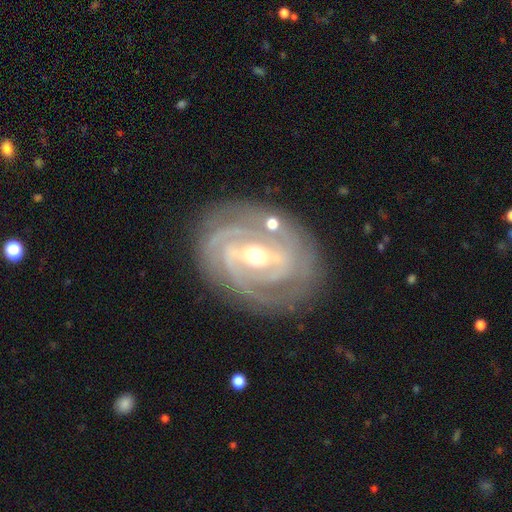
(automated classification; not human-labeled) Smooth or featured? Predicted: featured or disk (p=0.90). Edge-on disk? Predicted: no (p=0.96). Bar? Predicted: strong (p=0.49). Spiral arms? Predicted: yes (p=0.97). Spiral winding? Predicted: tight (p=0.74). Spiral arm count? Predicted: 3 (p=0.30, tied with 2). Bulge size? Predicted: moderate (p=0.56). Merging? Predicted: none (p=0.78).